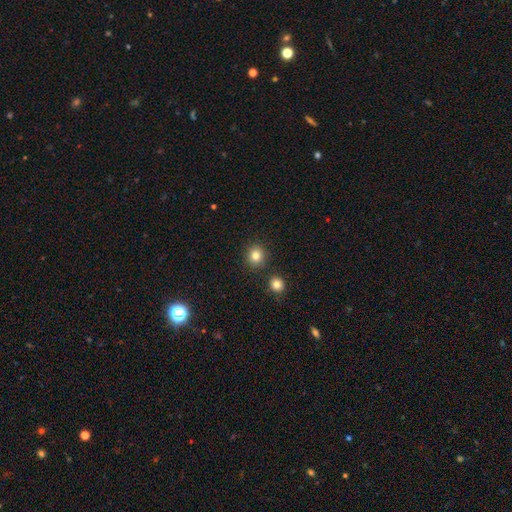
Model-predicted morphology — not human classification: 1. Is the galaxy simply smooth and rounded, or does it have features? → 83% smooth, 12% star or artifact, 6% featured or disk.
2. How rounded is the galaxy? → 87% round, 12% in between, 1% cigar-shaped.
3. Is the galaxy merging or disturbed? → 87% none, 7% minor disturbance, 4% merger, 2% major disturbance.